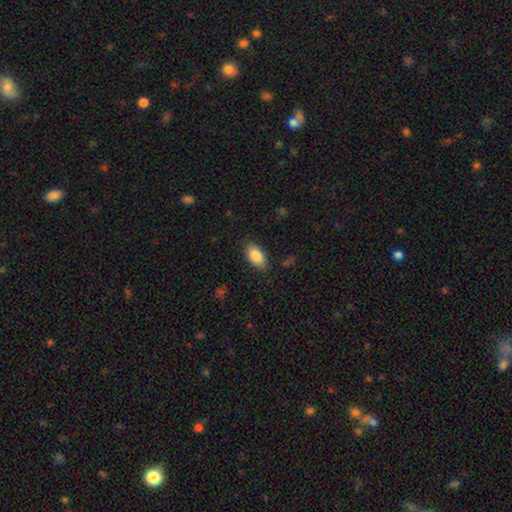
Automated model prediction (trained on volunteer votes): Smooth or featured?
  - smooth: 87% *
  - star or artifact: 7%
  - featured or disk: 6%
How rounded?
  - in between: 93% *
  - cigar-shaped: 4%
  - round: 3%
Merging?
  - none: 84% *
  - minor disturbance: 12%
  - major disturbance: 3%
  - merger: 1%